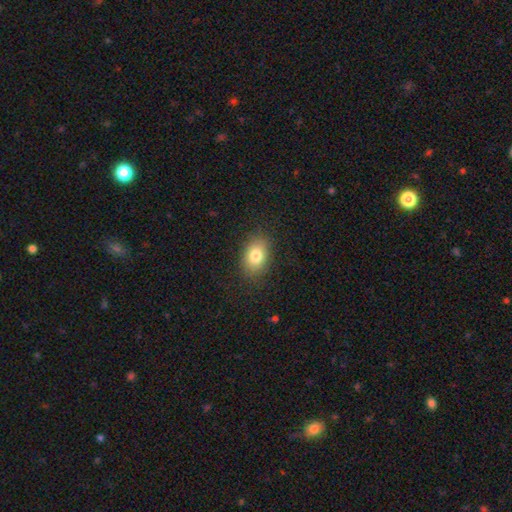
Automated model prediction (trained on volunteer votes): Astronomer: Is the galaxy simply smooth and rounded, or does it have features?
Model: smooth — 80%.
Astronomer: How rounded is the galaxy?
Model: in between — 78%.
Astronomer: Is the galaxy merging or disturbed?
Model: none — 85%.